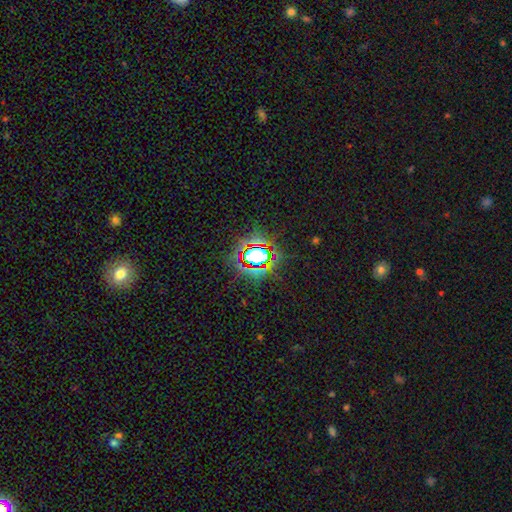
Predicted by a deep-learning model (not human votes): star or artifact 70%, smooth 19%, featured or disk 11%.